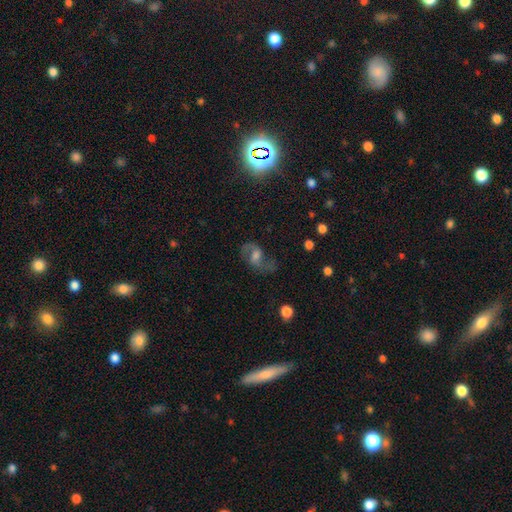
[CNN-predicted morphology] A featured or disk galaxy (70%) with a weak bar (48%), 2 (89%) loose (50%) spiral arms (91%) and a moderate central bulge (51%).

Vote fractions:
- Smooth or featured? featured or disk: 70% / star or artifact: 17% / smooth: 13%
- Edge-on disk? no: 96% / yes: 4%
- Bar? weak: 48% / no: 35% / strong: 17%
- Spiral arms? yes: 91% / no: 9%
- Spiral winding? loose: 50% / medium: 41% / tight: 9%
- Spiral arm count? 2: 89% / can't tell: 5% / 1: 3% / 3: 1% / 4: 1% / more than 4: 1%
- Bulge size? moderate: 51% / small: 23% / large: 16% / none: 9% / dominant: 2%
- Merging? none: 71% / minor disturbance: 16% / major disturbance: 11% / merger: 2%